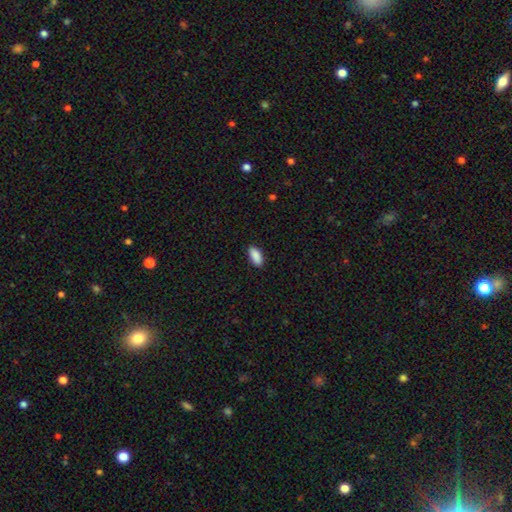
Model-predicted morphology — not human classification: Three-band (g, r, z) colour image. It shows a smooth galaxy with no disk features (90%) that is in between round and cigar-shaped (89%). Merging: none (89%).